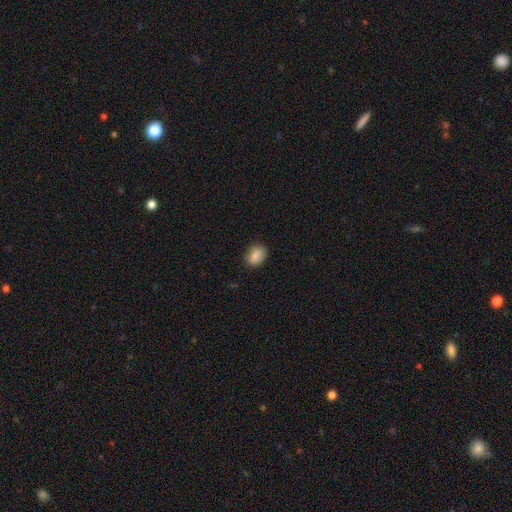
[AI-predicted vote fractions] This appears to be a smooth galaxy with no disk features (85%) that is in between round and cigar-shaped (68%). Merging: none (80%).